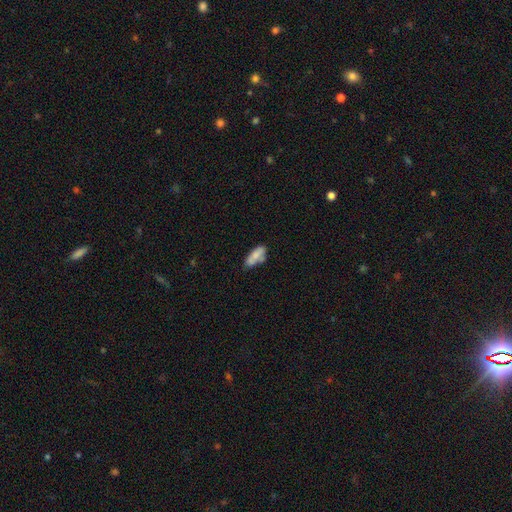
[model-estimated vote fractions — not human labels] A smooth galaxy with no disk features (71%) that is in between round and cigar-shaped (77%).

Vote fractions:
- Smooth or featured? smooth: 71% / featured or disk: 21% / star or artifact: 7%
- How rounded? in between: 77% / cigar-shaped: 20% / round: 3%
- Merging? none: 48% / minor disturbance: 27% / merger: 16% / major disturbance: 8%